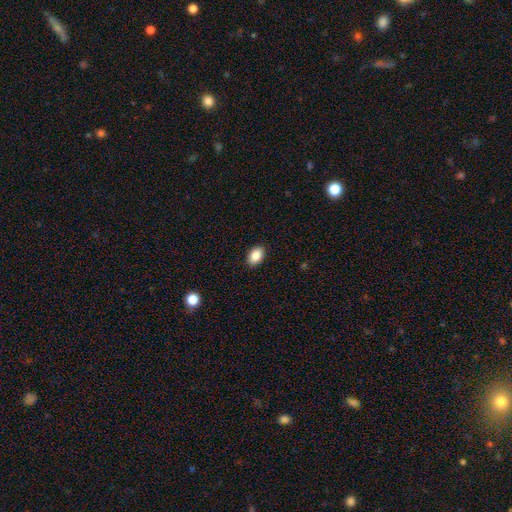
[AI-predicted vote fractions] smooth_or_featured: smooth (p=0.87) [alt: star or artifact p=0.08]
how_rounded: in between (p=0.85) [alt: round p=0.13]
merging: none (p=0.90) [alt: minor disturbance p=0.08]